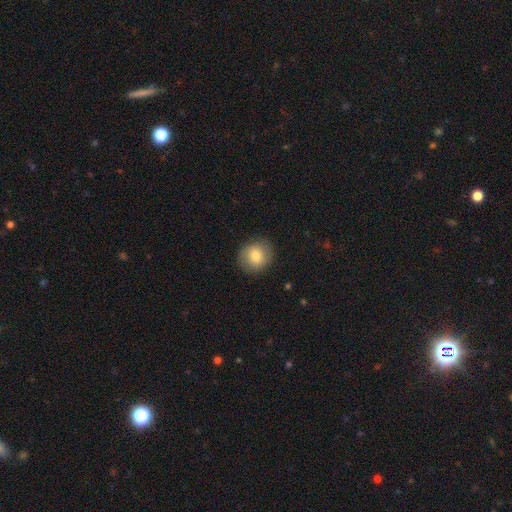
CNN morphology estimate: smooth 74%, featured or disk 18%, star or artifact 8%. Down the decision tree: how rounded — round (80%); merging — none (85%).